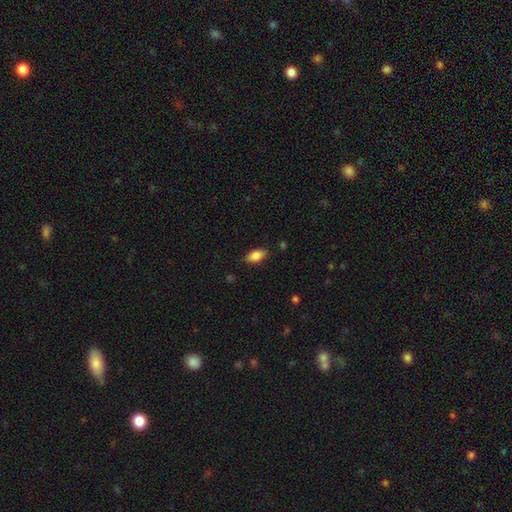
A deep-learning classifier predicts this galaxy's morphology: type=smooth (84%); roundness=in between (90%); merging=none (85%).